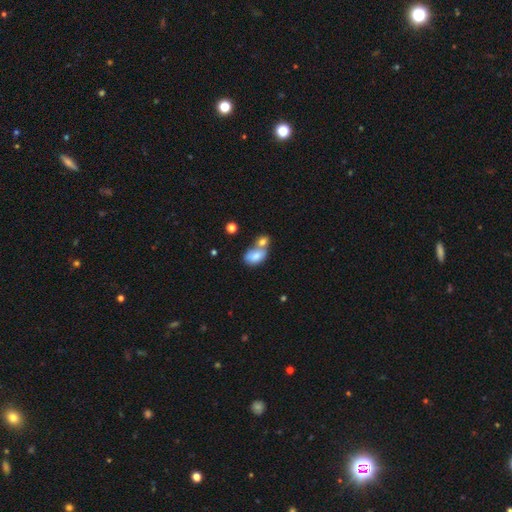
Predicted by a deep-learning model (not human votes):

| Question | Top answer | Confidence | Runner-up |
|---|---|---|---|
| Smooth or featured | smooth | 75% | featured or disk (17%) |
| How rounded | in between | 84% | round (15%) |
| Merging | merger | 59% | none (24%) |